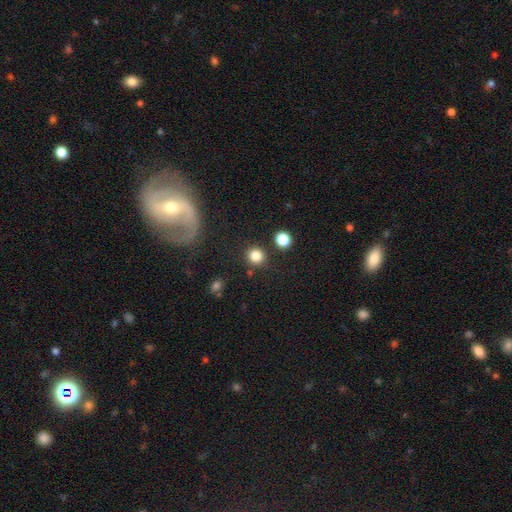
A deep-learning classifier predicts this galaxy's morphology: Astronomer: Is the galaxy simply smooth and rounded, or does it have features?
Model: smooth — 83%.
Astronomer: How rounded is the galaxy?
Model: round — 89%.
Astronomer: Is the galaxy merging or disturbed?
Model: none — 85%.